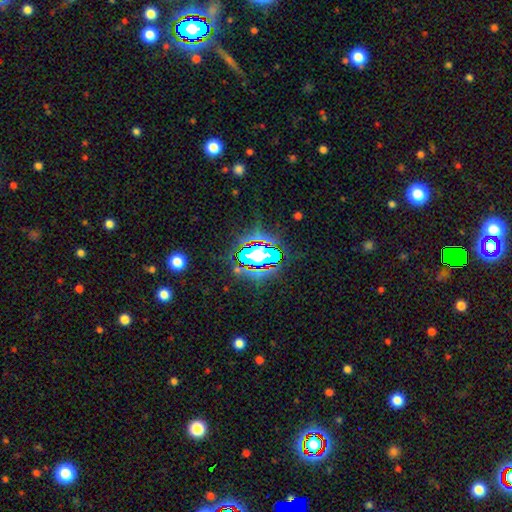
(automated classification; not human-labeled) Smooth or featured?
  - star or artifact: 62% *
  - smooth: 22%
  - featured or disk: 16%